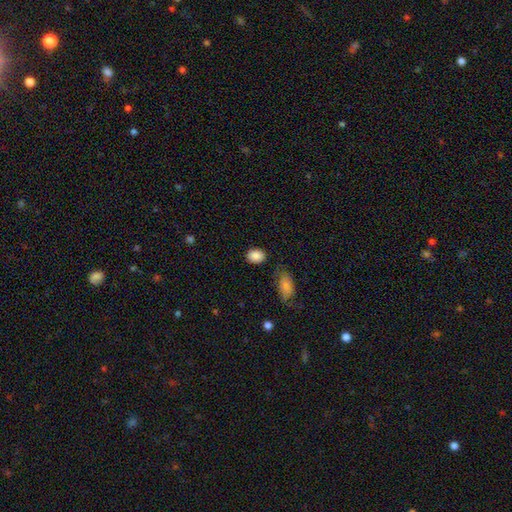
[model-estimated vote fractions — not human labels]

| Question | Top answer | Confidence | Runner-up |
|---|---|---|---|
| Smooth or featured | smooth | 87% | star or artifact (8%) |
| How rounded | in between | 61% | round (38%) |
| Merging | none | 81% | minor disturbance (13%) |